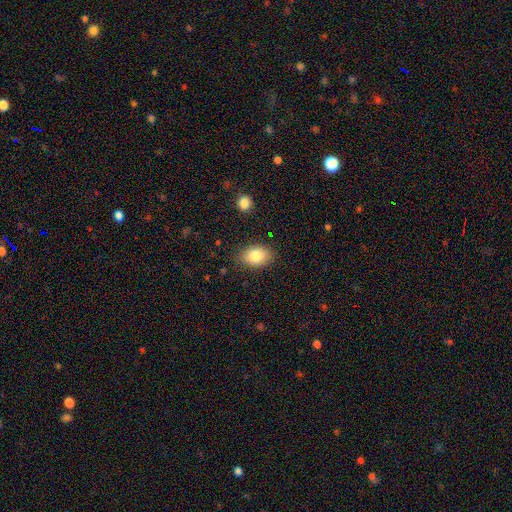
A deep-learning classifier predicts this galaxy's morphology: Smooth or featured? smooth (85%)
How rounded? in between (82%)
Merging? none (83%)